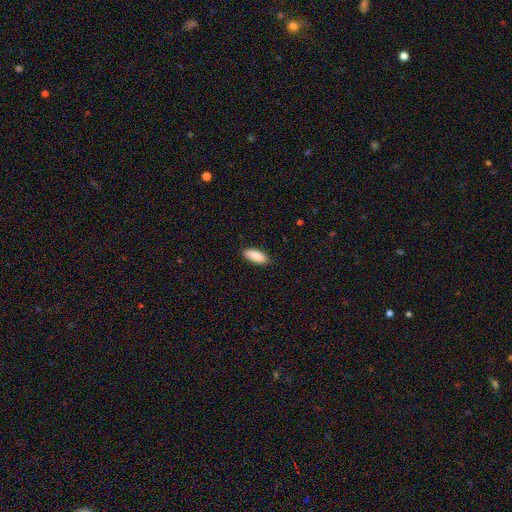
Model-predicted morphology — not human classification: Smooth or featured? Predicted: smooth (p=0.88). How rounded? Predicted: in between (p=0.73). Merging? Predicted: none (p=0.87).